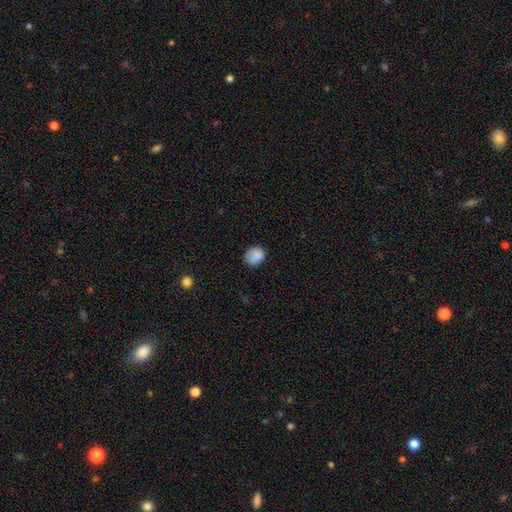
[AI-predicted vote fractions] Q: Smooth or featured?
A: smooth (85%); runner-up: star or artifact (9%)
Q: How rounded?
A: round (59%); runner-up: in between (40%)
Q: Merging?
A: none (68%); runner-up: minor disturbance (24%)